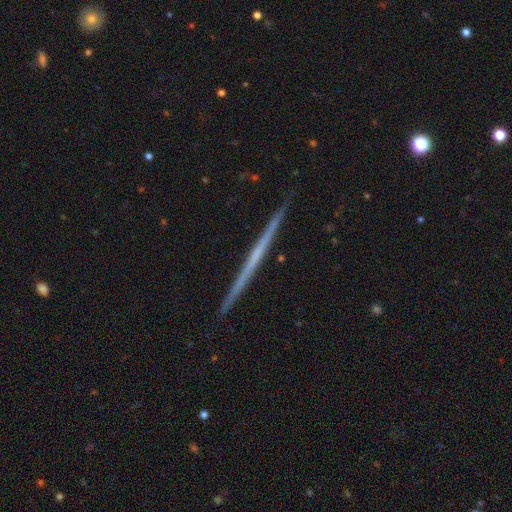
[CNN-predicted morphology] smooth-or-featured: featured or disk: 67% | smooth: 27% | star or artifact: 6%
  disk-edge-on: yes: 98% | no: 2%
    edge-on-bulge: none: 89% | rounded: 8% | boxy: 3%
  merging: none: 93% | minor disturbance: 5% | major disturbance: 1% | merger: 1%